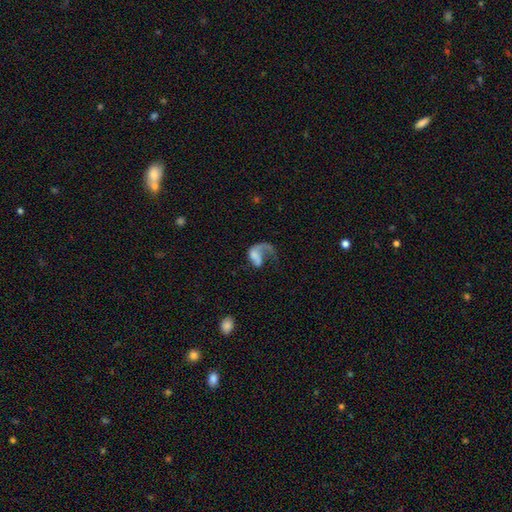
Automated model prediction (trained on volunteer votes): A featured or disk galaxy (59%) with no bar (69%), spiral arms (74%) and no central bulge (51%). Merging: major disturbance (57%).